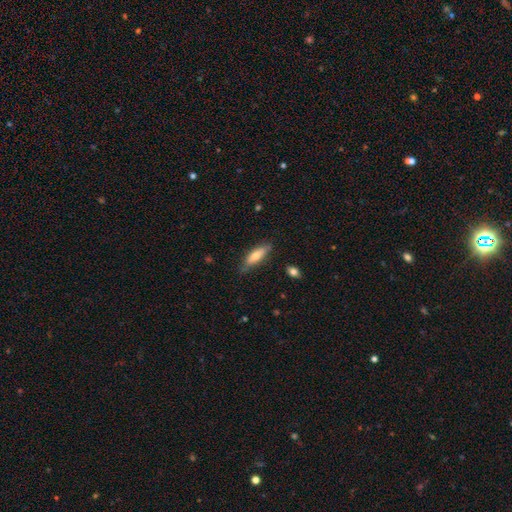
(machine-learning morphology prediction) smooth_or_featured: smooth (p=0.69) [alt: featured or disk p=0.25]
how_rounded: cigar-shaped (p=0.54) [alt: in between p=0.44]
merging: none (p=0.76) [alt: minor disturbance p=0.19]